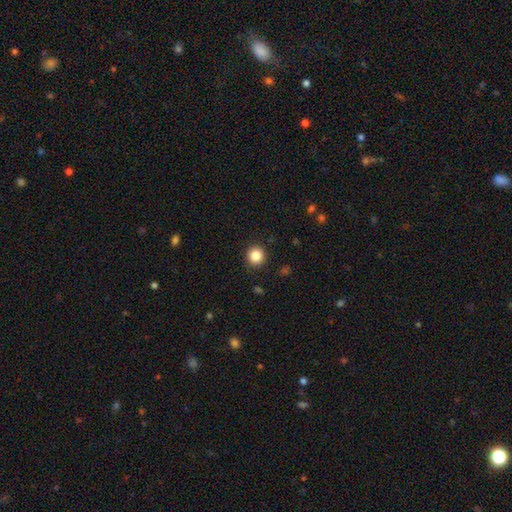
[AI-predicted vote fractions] Smooth or featured? Predicted: smooth (p=0.85). How rounded? Predicted: round (p=0.93). Merging? Predicted: none (p=0.92).